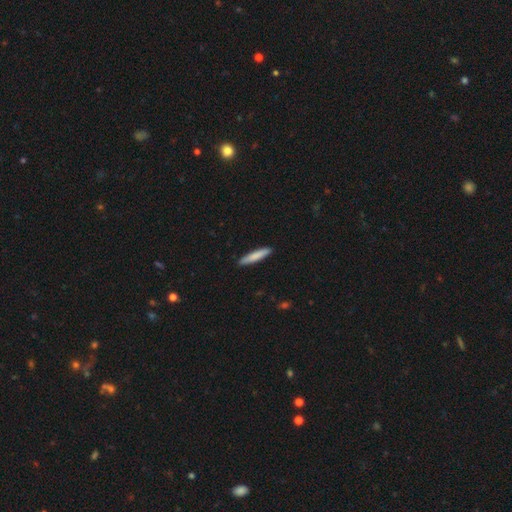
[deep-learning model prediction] Smooth or featured: smooth — 82% (featured or disk — 13%)
How rounded: cigar-shaped — 91% (in between — 8%)
Merging: none — 90% (minor disturbance — 7%)